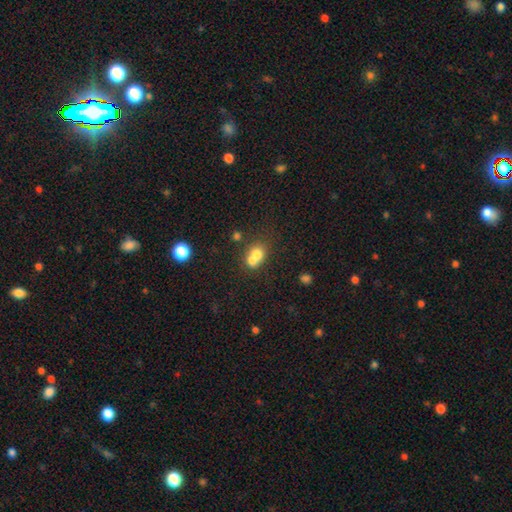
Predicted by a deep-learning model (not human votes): Smooth or featured? smooth (70%)
How rounded? round (63%)
Merging? merger (64%)